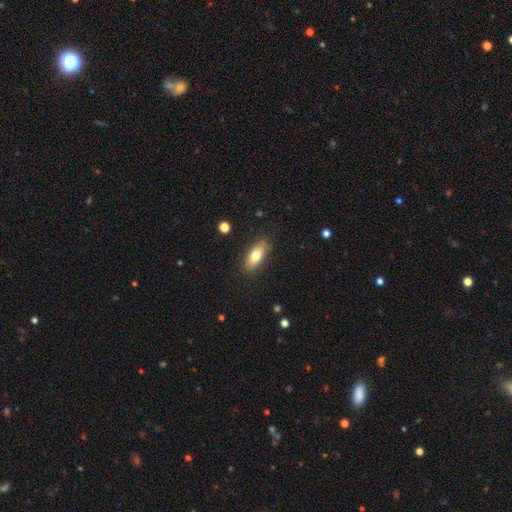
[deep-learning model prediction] Overall: smooth (76%). How rounded: in between (79%). Merging: none (85%).